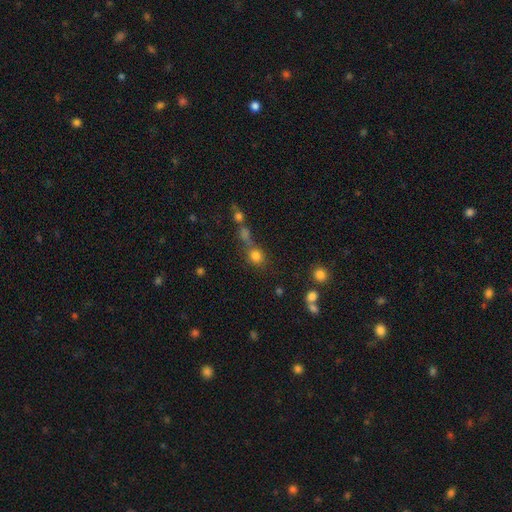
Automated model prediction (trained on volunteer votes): Smooth or featured: smooth — 76% (star or artifact — 16%)
How rounded: round — 84% (in between — 14%)
Merging: none — 52% (merger — 32%)